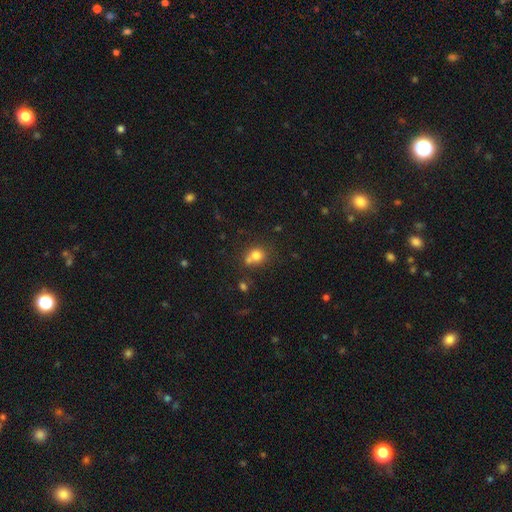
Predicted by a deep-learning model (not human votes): smooth_or_featured: smooth (p=0.75) [alt: star or artifact p=0.14]
how_rounded: round (p=0.73) [alt: in between p=0.26]
merging: none (p=0.47) [alt: merger p=0.37]